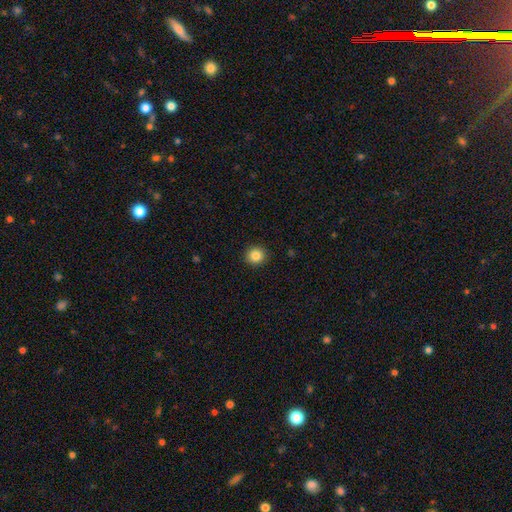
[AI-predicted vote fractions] smooth-or-featured: smooth: 85% | star or artifact: 10% | featured or disk: 5%
  how-rounded: round: 92% | in between: 7% | cigar-shaped: 1%
  merging: none: 92% | minor disturbance: 5% | major disturbance: 2% | merger: 1%